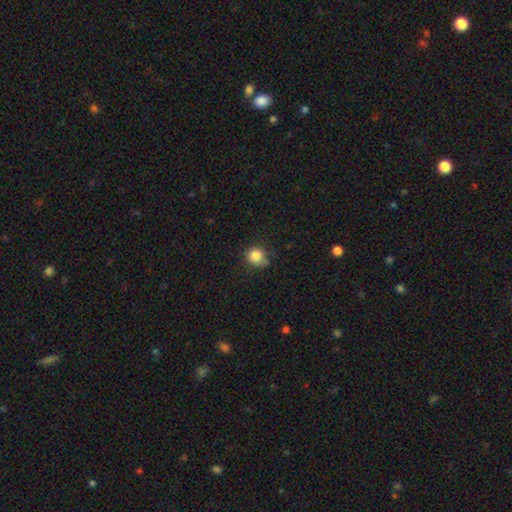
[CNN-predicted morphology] smooth 84%, star or artifact 11%, featured or disk 5%. Down the decision tree: how rounded — round (83%); merging — none (69%).